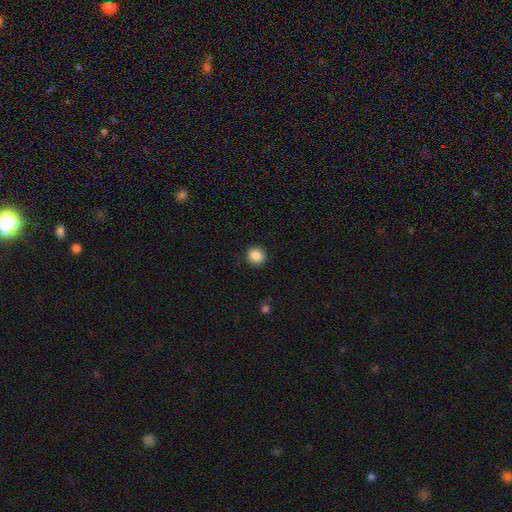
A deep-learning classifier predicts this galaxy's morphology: This appears to be a smooth galaxy with no disk features (88%) that is round (88%). Merging: none (91%).